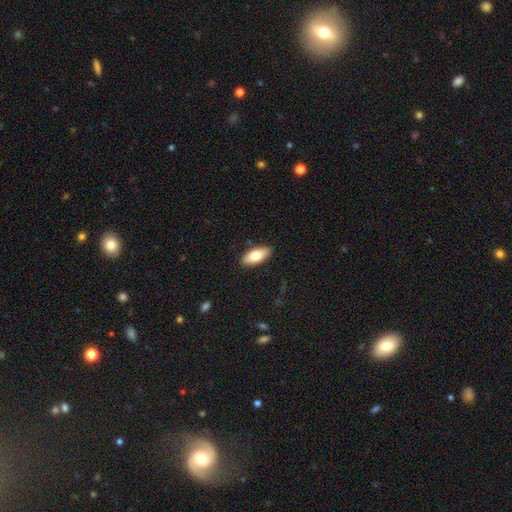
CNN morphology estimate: Smooth or featured? smooth (76%)
How rounded? in between (86%)
Merging? none (88%)